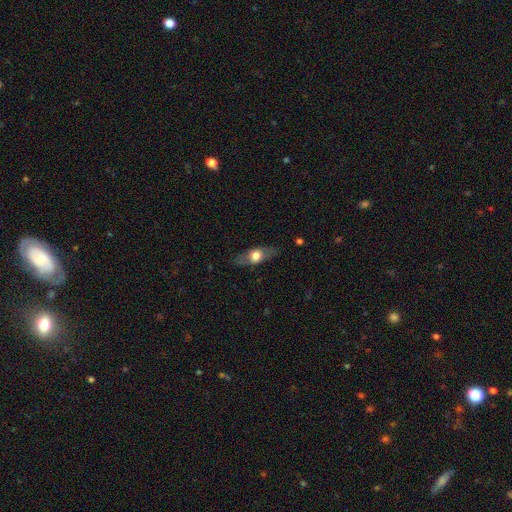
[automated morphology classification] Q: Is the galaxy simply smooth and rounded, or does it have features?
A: smooth — 51%.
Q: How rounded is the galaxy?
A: in between — 61%.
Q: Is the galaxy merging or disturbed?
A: none — 81%.